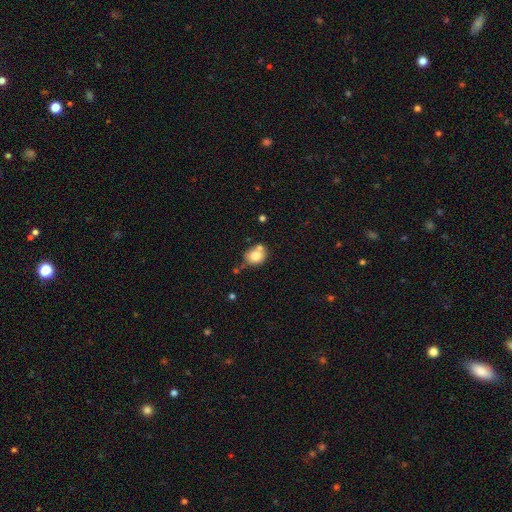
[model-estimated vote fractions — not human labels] A smooth galaxy with no disk features (76%) that is round (63%). Merging: none (54%).